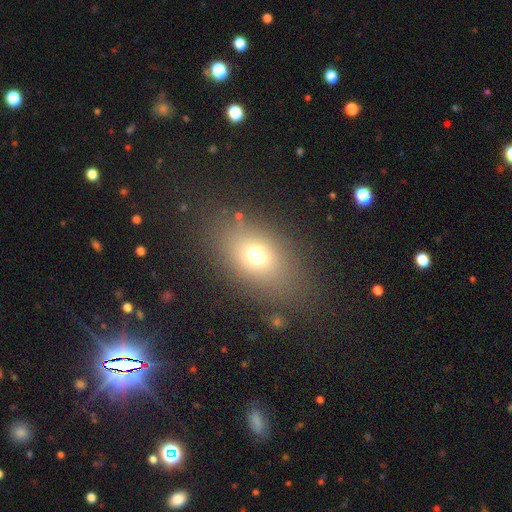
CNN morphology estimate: smooth_or_featured: smooth (p=0.69) [alt: star or artifact p=0.17]
how_rounded: in between (p=0.71) [alt: round p=0.26]
merging: none (p=0.79) [alt: minor disturbance p=0.11]